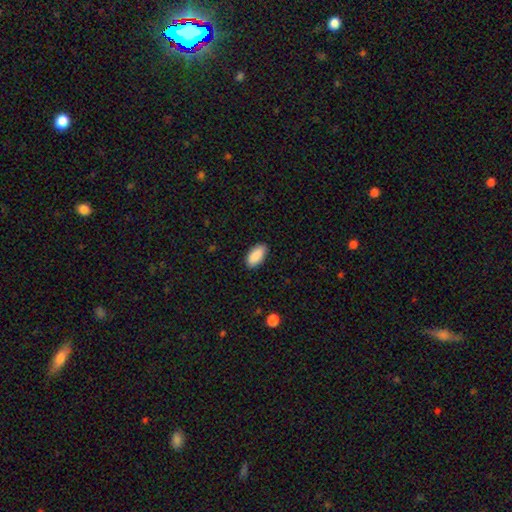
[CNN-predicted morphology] type=smooth (90%); roundness=in between (92%); merging=none (88%).